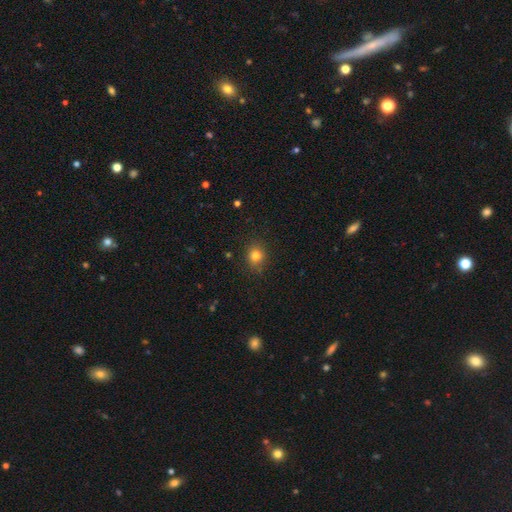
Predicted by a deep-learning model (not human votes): This is clearly a smooth galaxy (80%). How rounded: likely round (78%). Merging: clearly none (86%).